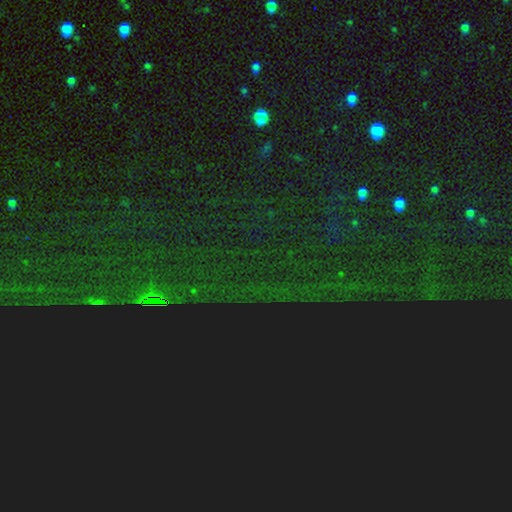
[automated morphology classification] Smooth or featured? Predicted: star or artifact (p=0.85).